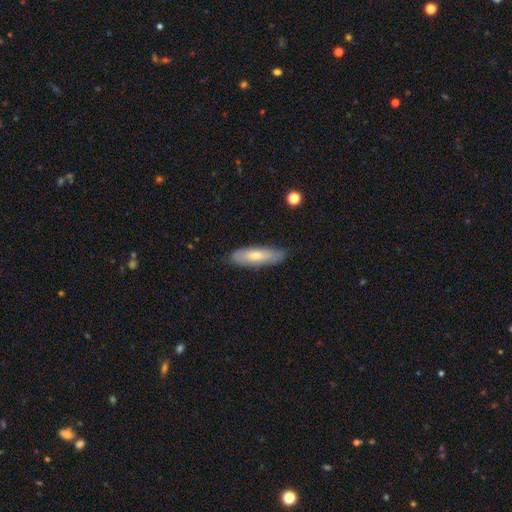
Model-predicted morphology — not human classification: smooth_or_featured: smooth (p=0.67) [alt: featured or disk p=0.27]
how_rounded: in between (p=0.51) [alt: cigar-shaped p=0.47]
merging: none (p=0.72) [alt: minor disturbance p=0.23]